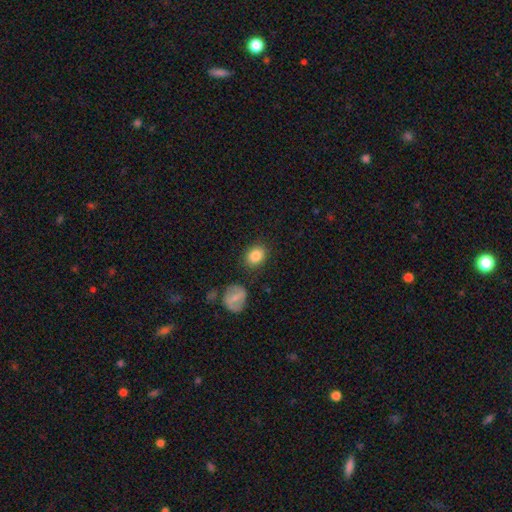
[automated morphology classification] smooth_or_featured: smooth (p=0.84) [alt: star or artifact p=0.08]
how_rounded: round (p=0.50) [alt: in between p=0.49]
merging: none (p=0.81) [alt: minor disturbance p=0.12]